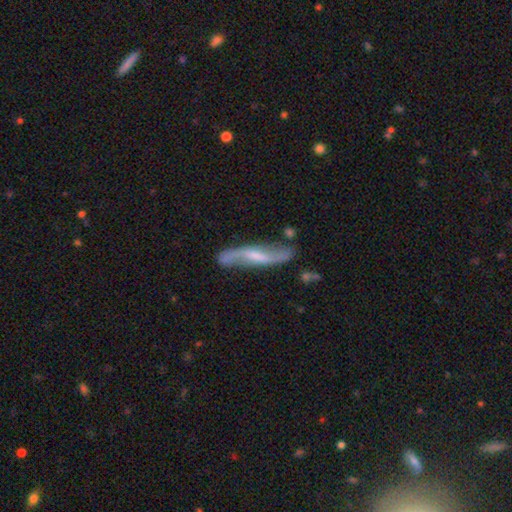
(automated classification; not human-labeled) A featured or disk galaxy (79%) with a weak bar (45%), 2 (91%) loose (75%) spiral arms (94%) and a small central bulge (43%).

Vote fractions:
- Smooth or featured? featured or disk: 79% / smooth: 15% / star or artifact: 6%
- Edge-on disk? no: 75% / yes: 25%
- Bar? weak: 45% / no: 28% / strong: 27%
- Spiral arms? yes: 94% / no: 6%
- Spiral winding? loose: 75% / medium: 19% / tight: 6%
- Spiral arm count? 2: 91% / can't tell: 4% / 1: 2% / 3: 1% / 4: 1% / more than 4: 1%
- Bulge size? small: 43% / moderate: 31% / none: 21% / large: 4% / dominant: 1%
- Merging? none: 73% / minor disturbance: 17% / major disturbance: 5% / merger: 4%